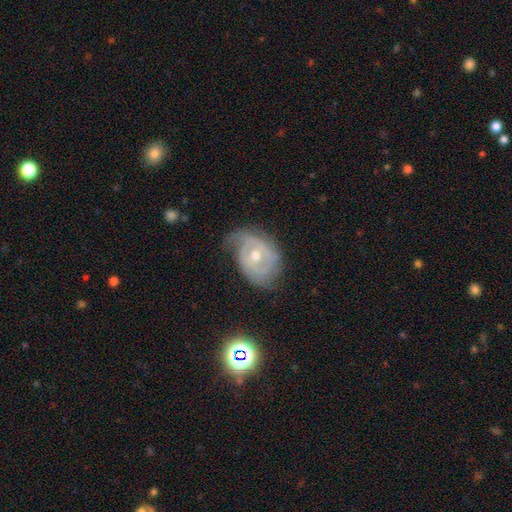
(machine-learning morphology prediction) Q: Smooth or featured?
A: featured or disk (78%); runner-up: smooth (14%)
Q: Edge-on disk?
A: no (96%); runner-up: yes (4%)
Q: Bar?
A: no (65%); runner-up: weak (29%)
Q: Spiral arms?
A: yes (85%); runner-up: no (15%)
Q: Spiral winding?
A: tight (57%); runner-up: medium (30%)
Q: Spiral arm count?
A: 2 (37%); runner-up: can't tell (32%)
Q: Bulge size?
A: moderate (60%); runner-up: small (37%)
Q: Merging?
A: none (50%); runner-up: minor disturbance (31%)